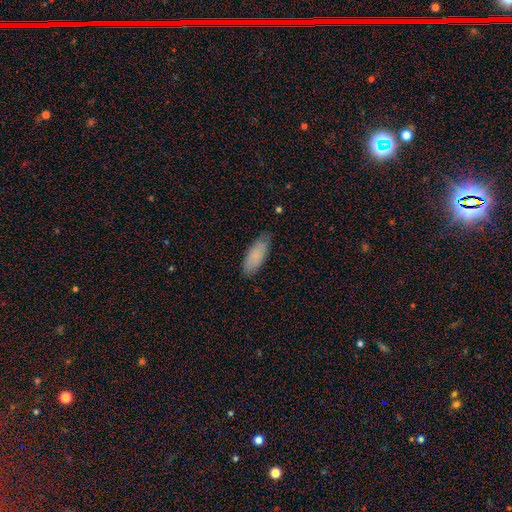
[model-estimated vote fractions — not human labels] Morphology: type=smooth (87%); roundness=in between (76%); merging=none (78%).